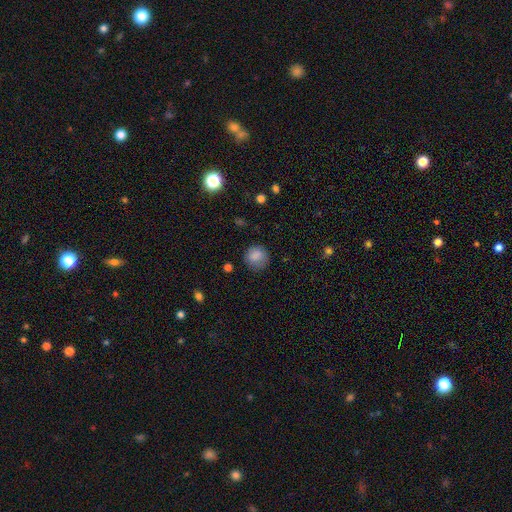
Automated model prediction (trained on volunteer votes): Smooth or featured: smooth — 85% (star or artifact — 10%)
How rounded: round — 88% (in between — 11%)
Merging: none — 79% (minor disturbance — 15%)